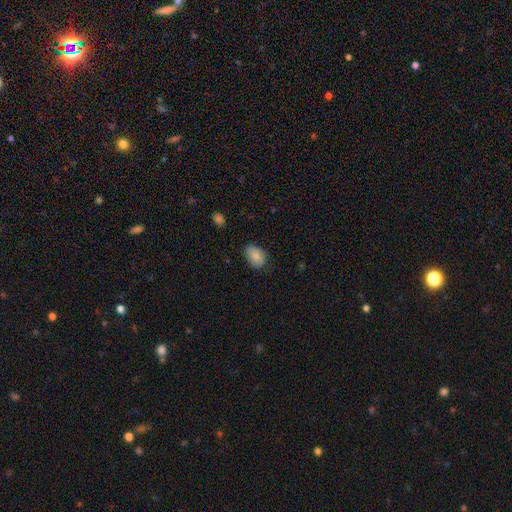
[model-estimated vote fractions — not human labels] smooth_or_featured: smooth (p=0.87) [alt: star or artifact p=0.07]
how_rounded: in between (p=0.82) [alt: round p=0.17]
merging: none (p=0.76) [alt: minor disturbance p=0.19]